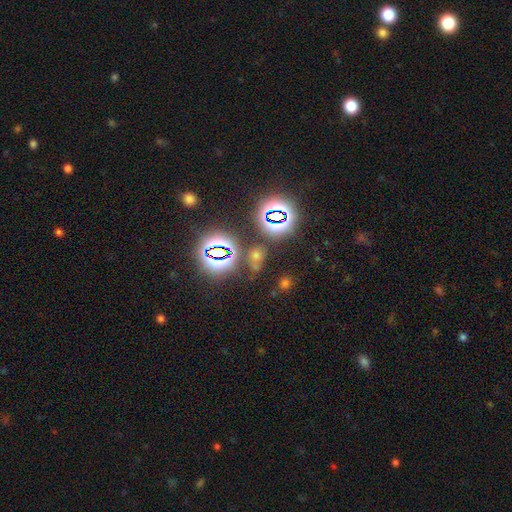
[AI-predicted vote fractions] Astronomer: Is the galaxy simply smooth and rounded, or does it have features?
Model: star or artifact — 60%.